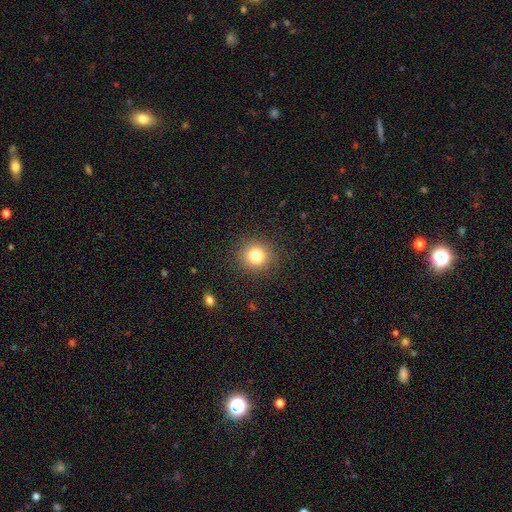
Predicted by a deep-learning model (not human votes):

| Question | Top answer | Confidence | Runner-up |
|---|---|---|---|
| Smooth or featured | smooth | 81% | star or artifact (12%) |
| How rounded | round | 90% | in between (9%) |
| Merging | none | 89% | minor disturbance (7%) |